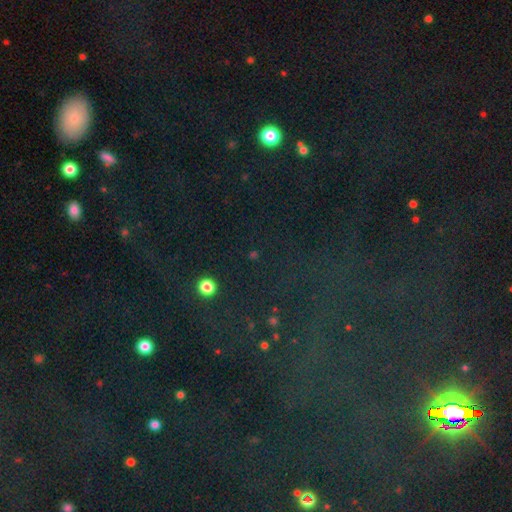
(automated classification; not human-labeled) Overall: star or artifact (73%).